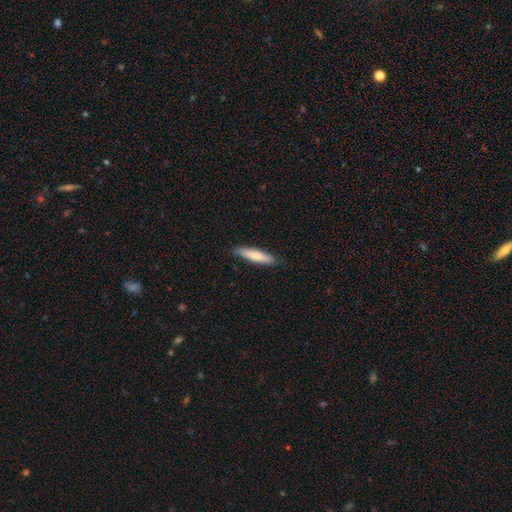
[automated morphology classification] The model was most divided on "smooth or featured": smooth: 78%, featured or disk: 17%, star or artifact: 5%. More confident: merging — none (87%); how rounded — cigar-shaped (83%).